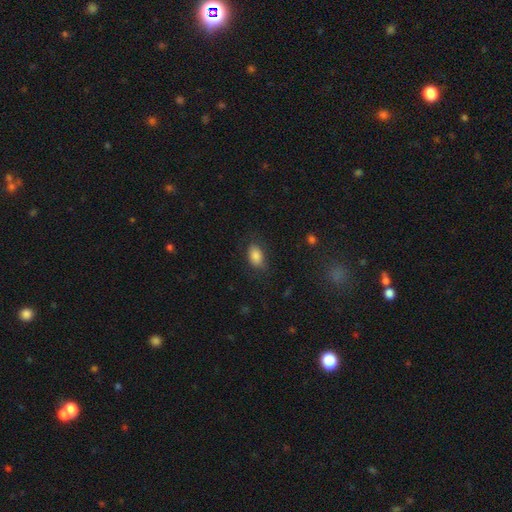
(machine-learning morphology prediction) smooth 85%, star or artifact 9%, featured or disk 7%. Down the decision tree: how rounded — in between (88%); merging — none (75%).